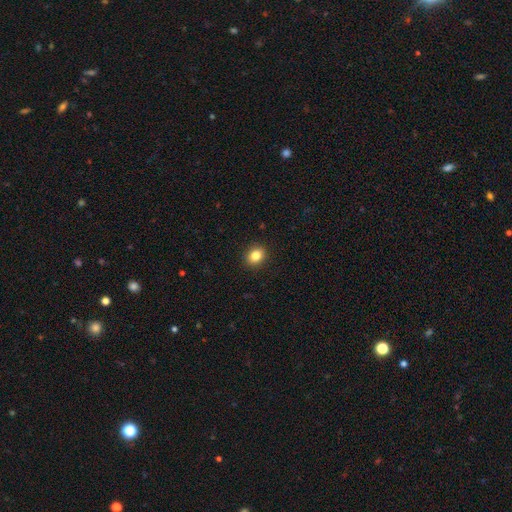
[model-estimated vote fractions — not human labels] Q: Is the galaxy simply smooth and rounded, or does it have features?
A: smooth — 84%.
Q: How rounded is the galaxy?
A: round — 58%.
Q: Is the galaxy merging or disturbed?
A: none — 91%.